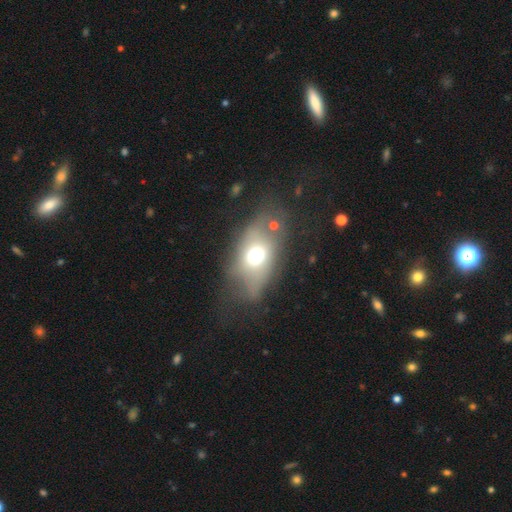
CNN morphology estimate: Smooth or featured: smooth — 54% (featured or disk — 30%)
How rounded: in between — 70% (round — 27%)
Merging: none — 47% (major disturbance — 24%)